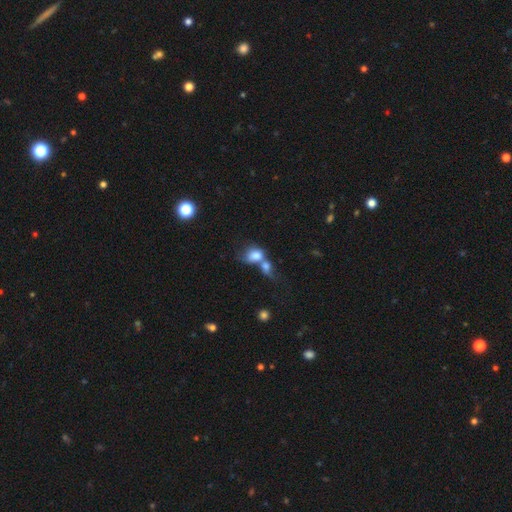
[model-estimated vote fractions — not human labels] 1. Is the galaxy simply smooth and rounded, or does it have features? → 75% smooth, 16% featured or disk, 9% star or artifact.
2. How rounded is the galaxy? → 59% in between, 39% round, 2% cigar-shaped.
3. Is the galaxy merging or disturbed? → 72% merger, 13% none, 8% major disturbance, 6% minor disturbance.